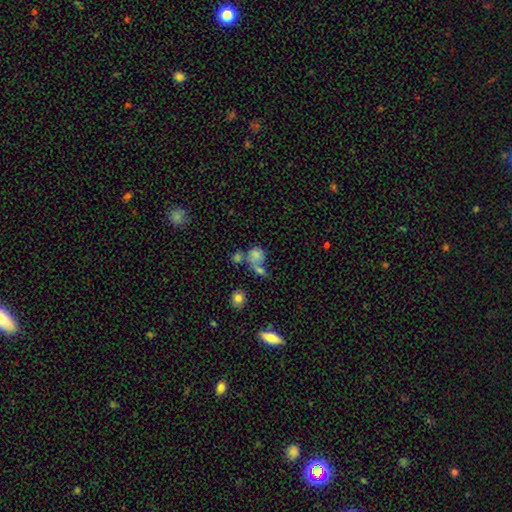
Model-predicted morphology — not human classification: Smooth or featured: smooth — 67% (featured or disk — 20%)
How rounded: round — 62% (in between — 37%)
Merging: merger — 49% (none — 24%)